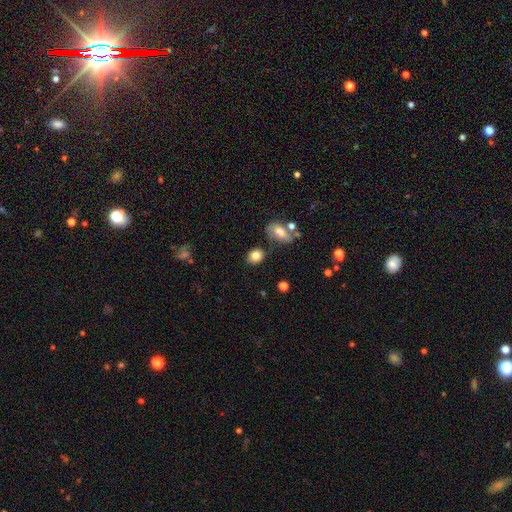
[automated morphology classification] A smooth galaxy with no disk features (83%) that is in between round and cigar-shaped (50%).

Vote fractions:
- Smooth or featured? smooth: 83% / star or artifact: 9% / featured or disk: 7%
- How rounded? in between: 50% / round: 49% / cigar-shaped: 1%
- Merging? none: 74% / minor disturbance: 14% / merger: 8% / major disturbance: 4%